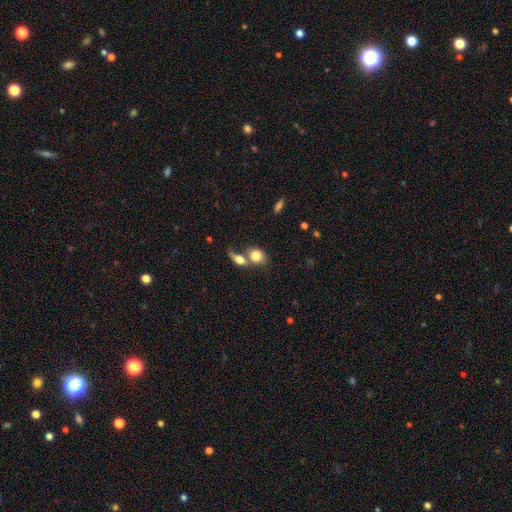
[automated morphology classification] A smooth galaxy with no disk features (78%) that is round (56%).

Vote fractions:
- Smooth or featured? smooth: 78% / featured or disk: 14% / star or artifact: 7%
- How rounded? round: 56% / in between: 42% / cigar-shaped: 3%
- Merging? merger: 61% / none: 25% / minor disturbance: 8% / major disturbance: 6%